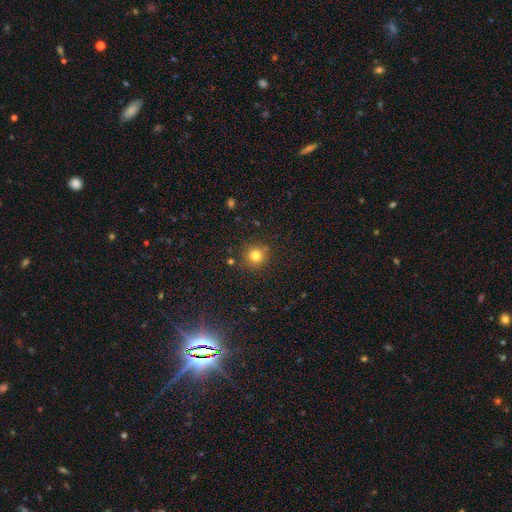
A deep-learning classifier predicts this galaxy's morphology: smooth-or-featured: smooth: 79% | star or artifact: 14% | featured or disk: 7%
  how-rounded: round: 94% | in between: 5% | cigar-shaped: 1%
  merging: none: 86% | minor disturbance: 8% | merger: 3% | major disturbance: 3%